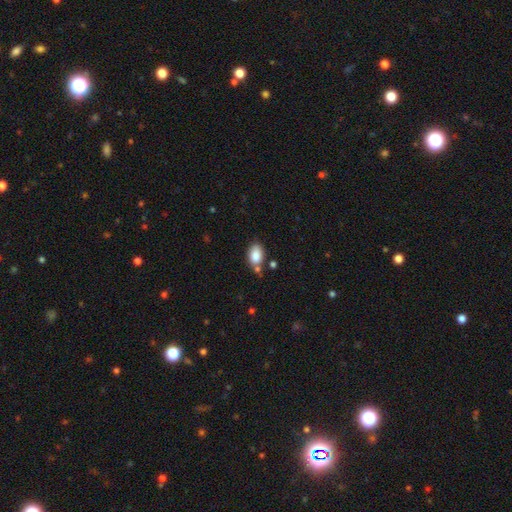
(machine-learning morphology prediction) type=smooth (86%); roundness=in between (88%); merging=none (66%).